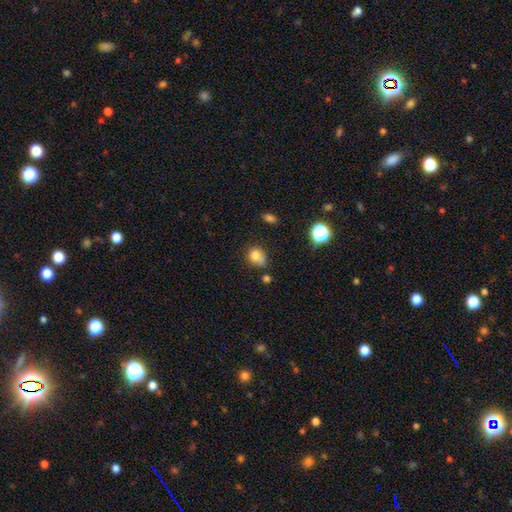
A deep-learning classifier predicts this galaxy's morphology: Smooth or featured? Predicted: smooth (p=0.78). How rounded? Predicted: round (p=0.58). Merging? Predicted: none (p=0.42).